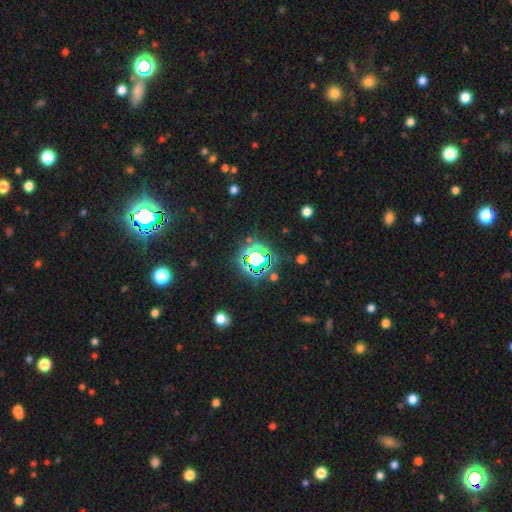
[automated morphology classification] This appears to be a star or artifact, not a galaxy (76%).